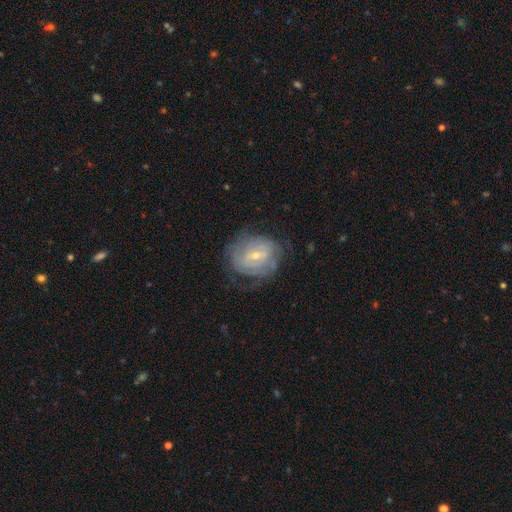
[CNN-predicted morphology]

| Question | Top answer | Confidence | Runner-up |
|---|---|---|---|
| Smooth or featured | featured or disk | 70% | smooth (22%) |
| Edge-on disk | no | 96% | yes (4%) |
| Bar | weak | 51% | no (33%) |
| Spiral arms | yes | 73% | no (27%) |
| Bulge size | small | 60% | moderate (36%) |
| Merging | none | 62% | minor disturbance (22%) |